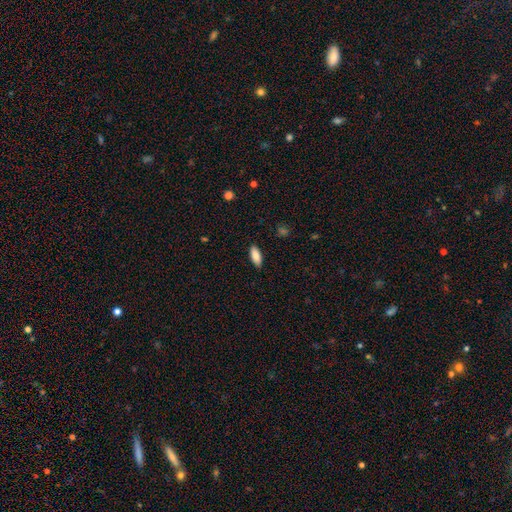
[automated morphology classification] Q: Smooth or featured?
A: smooth (87%); runner-up: featured or disk (7%)
Q: How rounded?
A: in between (78%); runner-up: cigar-shaped (20%)
Q: Merging?
A: none (89%); runner-up: minor disturbance (9%)